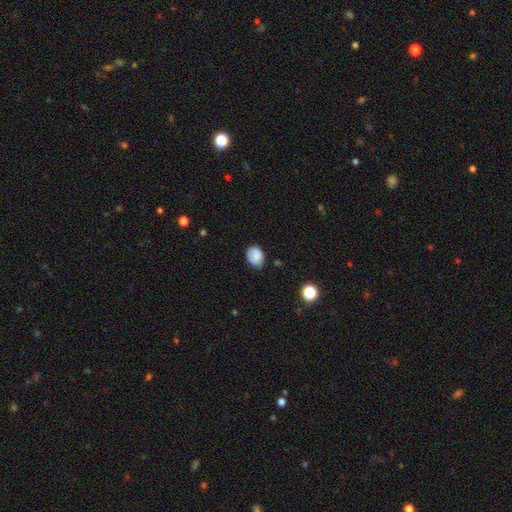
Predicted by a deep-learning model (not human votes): smooth 79%, featured or disk 12%, star or artifact 9%. Down the decision tree: how rounded — in between (56%); merging — none (64%).